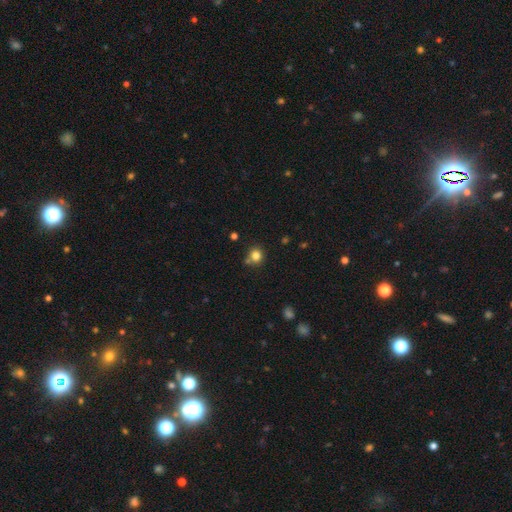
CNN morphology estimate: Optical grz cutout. It shows a smooth galaxy with no disk features (81%) that is round (86%). Merging: none (72%).